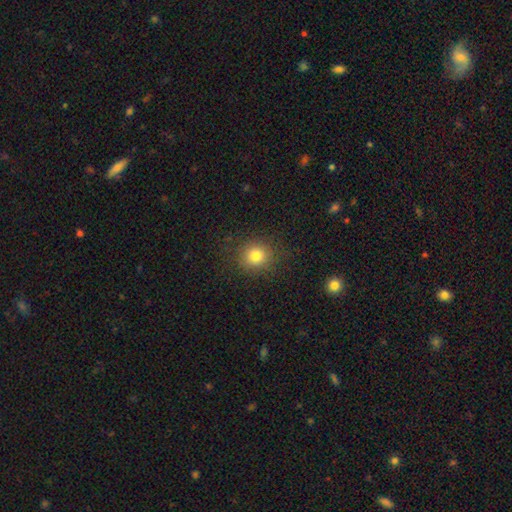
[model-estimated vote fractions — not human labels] Smooth or featured: smooth — 81% (star or artifact — 13%)
How rounded: round — 86% (in between — 13%)
Merging: none — 87% (minor disturbance — 8%)